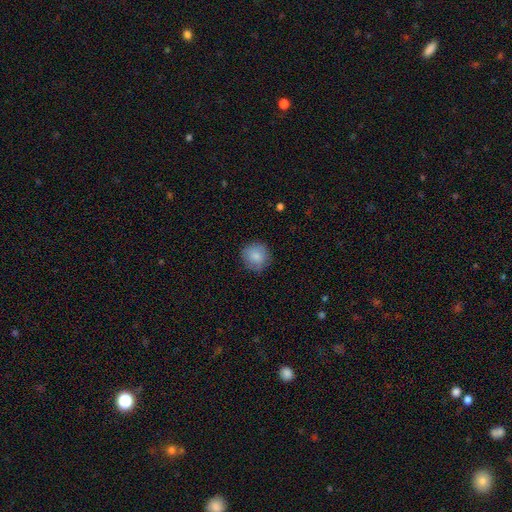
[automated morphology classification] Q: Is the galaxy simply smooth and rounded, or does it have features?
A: smooth — 85%.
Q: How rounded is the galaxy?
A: round — 89%.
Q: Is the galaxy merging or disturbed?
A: none — 82%.